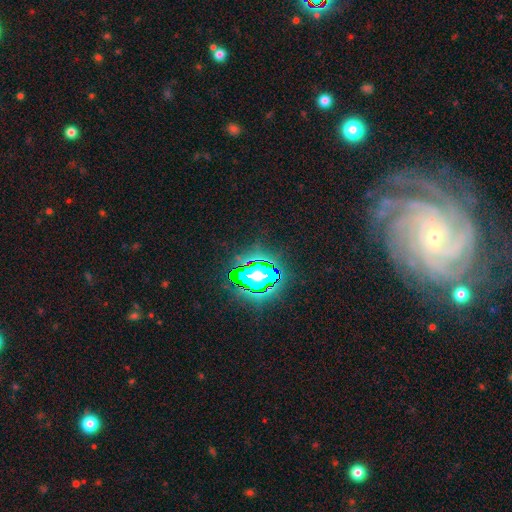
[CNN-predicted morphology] This appears to be a featured or disk galaxy (67%) with no bar (60%), 4 (21%) tight (79%) spiral arms (97%) and a small central bulge (81%). Merging: none (80%).